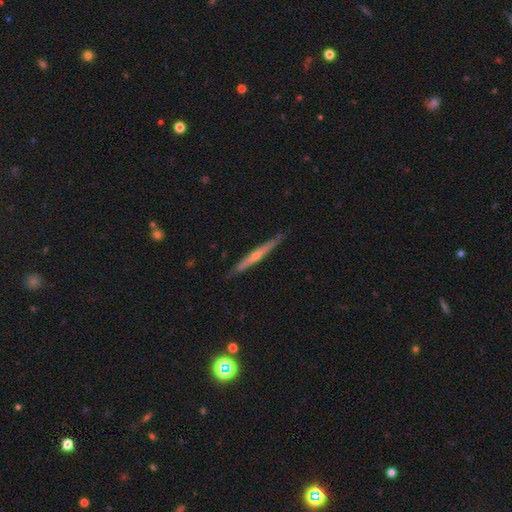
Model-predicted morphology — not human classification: Smooth or featured? Predicted: featured or disk (p=0.69). Edge-on disk? Predicted: yes (p=0.97). Edge-on bulge? Predicted: rounded (p=0.69). Merging? Predicted: none (p=0.86).